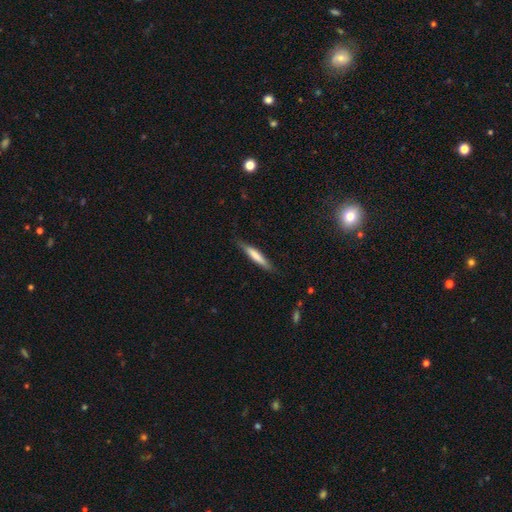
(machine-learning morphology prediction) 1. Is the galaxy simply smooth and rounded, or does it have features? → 66% smooth, 29% featured or disk, 5% star or artifact.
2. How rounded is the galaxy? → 92% cigar-shaped, 7% in between, 1% round.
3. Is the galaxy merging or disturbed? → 81% none, 15% minor disturbance, 3% major disturbance, 1% merger.